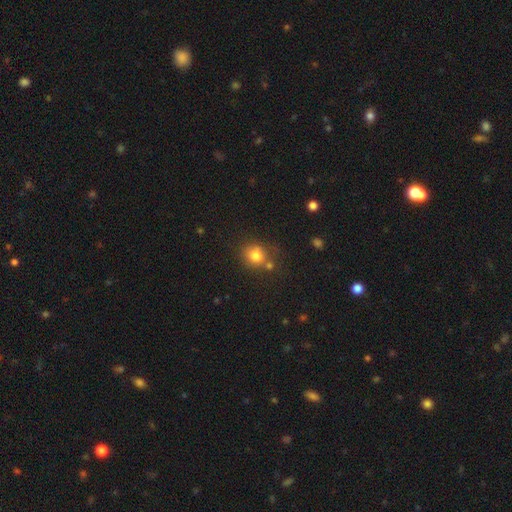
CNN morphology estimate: A smooth galaxy with no disk features (80%) that is round (78%).

Vote fractions:
- Smooth or featured? smooth: 80% / star or artifact: 12% / featured or disk: 8%
- How rounded? round: 78% / in between: 21% / cigar-shaped: 1%
- Merging? none: 63% / merger: 16% / minor disturbance: 15% / major disturbance: 5%